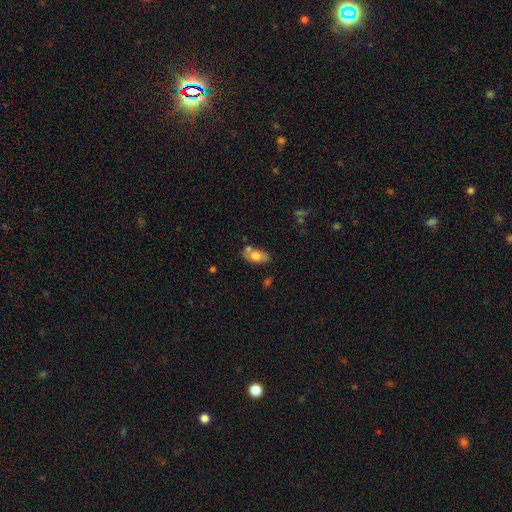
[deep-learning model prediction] Smooth or featured? Predicted: smooth (p=0.72). How rounded? Predicted: in between (p=0.90). Merging? Predicted: none (p=0.62).